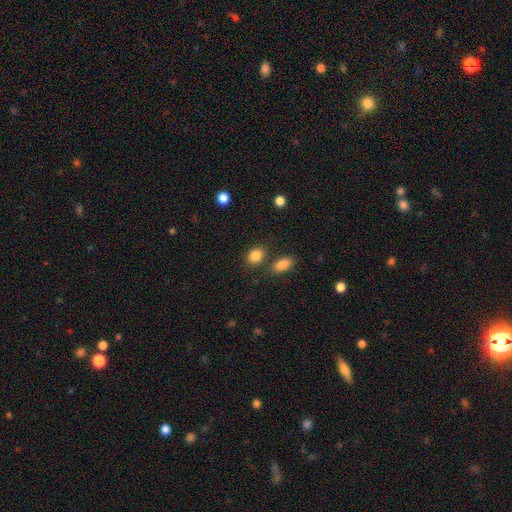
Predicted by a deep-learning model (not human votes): Q: Smooth or featured?
A: smooth (86%); runner-up: star or artifact (9%)
Q: How rounded?
A: in between (57%); runner-up: round (42%)
Q: Merging?
A: none (74%); runner-up: minor disturbance (11%)